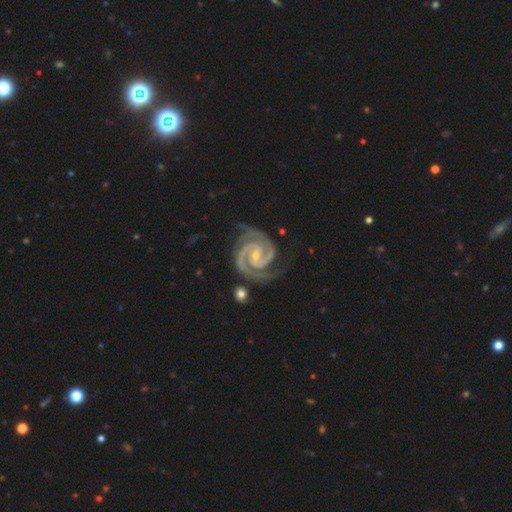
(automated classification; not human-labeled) Smooth or featured? Predicted: featured or disk (p=0.95). Edge-on disk? Predicted: no (p=0.98). Bar? Predicted: no (p=0.50). Spiral arms? Predicted: yes (p=0.99). Spiral winding? Predicted: tight (p=0.70). Spiral arm count? Predicted: 2 (p=0.87). Bulge size? Predicted: small (p=0.75). Merging? Predicted: none (p=0.76).